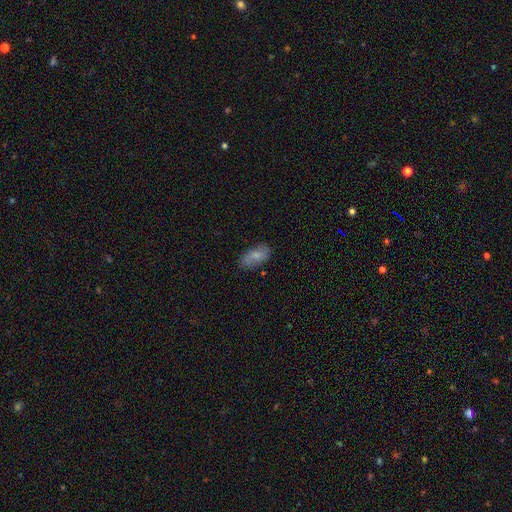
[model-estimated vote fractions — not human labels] Smooth or featured: smooth — 73% (featured or disk — 19%)
How rounded: in between — 92% (cigar-shaped — 5%)
Merging: none — 71% (minor disturbance — 22%)